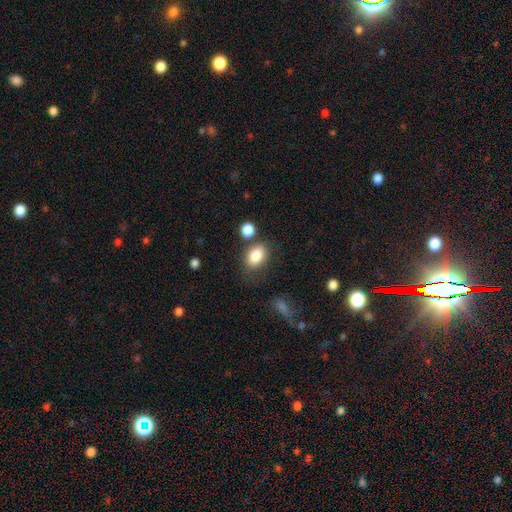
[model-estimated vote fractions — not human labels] smooth_or_featured: smooth (p=0.84) [alt: star or artifact p=0.08]
how_rounded: in between (p=0.83) [alt: round p=0.16]
merging: none (p=0.66) [alt: minor disturbance p=0.17]